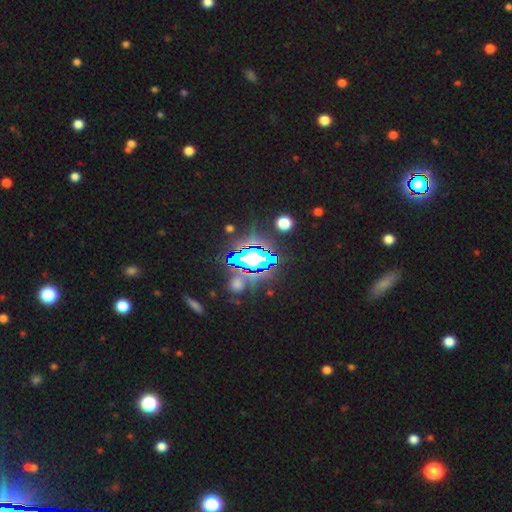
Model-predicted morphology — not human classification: The model was most divided on "smooth or featured": star or artifact: 69%, smooth: 17%, featured or disk: 14%.